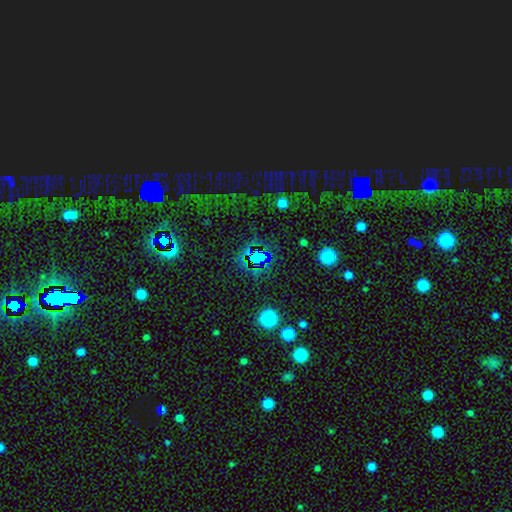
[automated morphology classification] Smooth or featured: star or artifact — 72% (smooth — 18%)